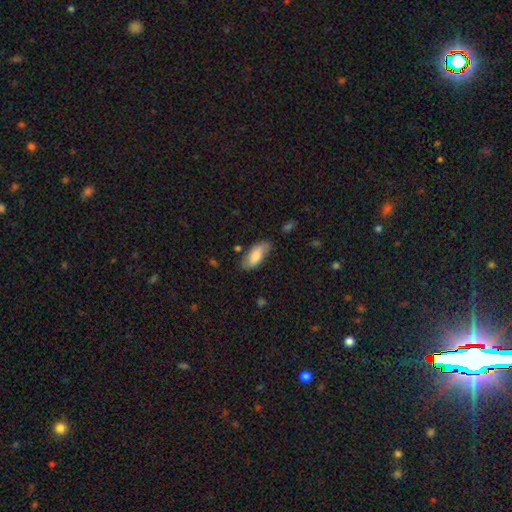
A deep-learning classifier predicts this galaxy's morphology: Overall: smooth (75%). How rounded: in between (86%). Merging: none (71%).